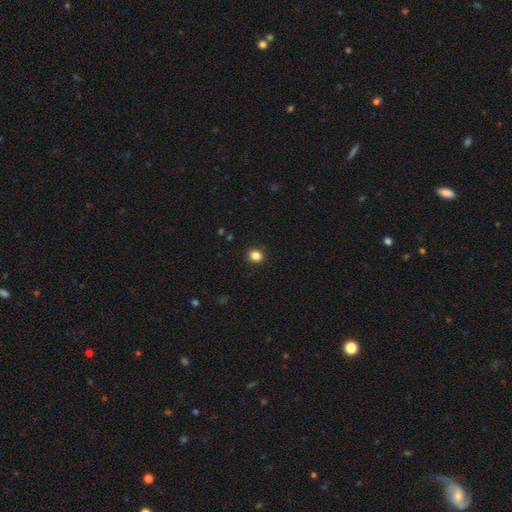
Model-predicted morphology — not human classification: A smooth galaxy with no disk features (85%) that is round (81%).

Vote fractions:
- Smooth or featured? smooth: 85% / star or artifact: 12% / featured or disk: 4%
- How rounded? round: 81% / in between: 19% / cigar-shaped: 1%
- Merging? none: 92% / minor disturbance: 5% / major disturbance: 2% / merger: 1%